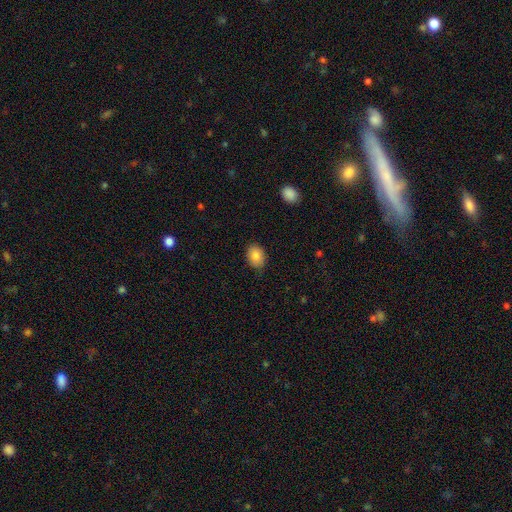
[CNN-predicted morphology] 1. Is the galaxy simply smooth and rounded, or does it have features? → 86% smooth, 8% star or artifact, 6% featured or disk.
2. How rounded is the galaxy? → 71% in between, 28% round, 1% cigar-shaped.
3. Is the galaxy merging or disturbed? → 81% none, 15% minor disturbance, 3% major disturbance, 1% merger.